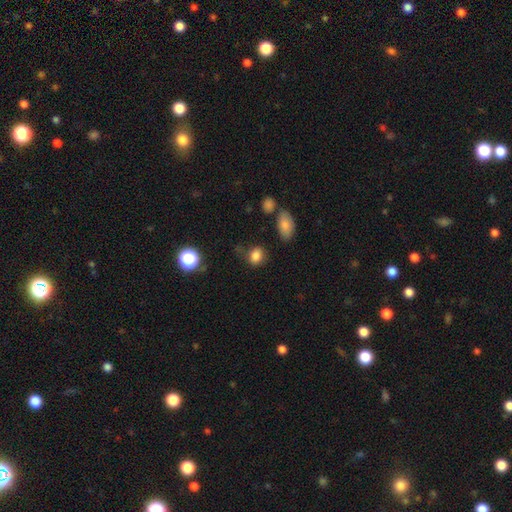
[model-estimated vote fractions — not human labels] This appears to be a smooth galaxy with no disk features (83%) that is round (51%). Merging: none (67%).